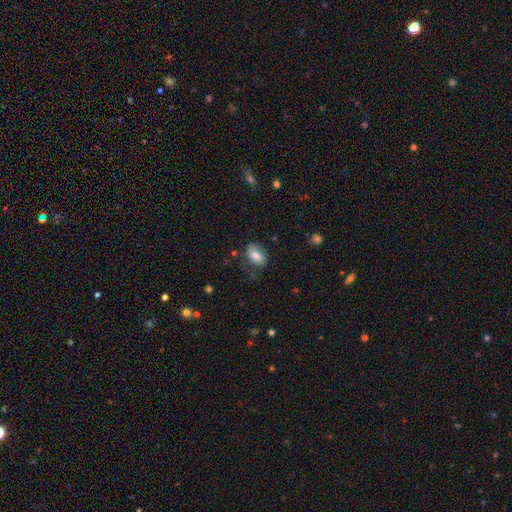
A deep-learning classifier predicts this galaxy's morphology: smooth_or_featured: smooth (p=0.77) [alt: featured or disk p=0.15]
how_rounded: in between (p=0.86) [alt: round p=0.12]
merging: none (p=0.62) [alt: minor disturbance p=0.26]